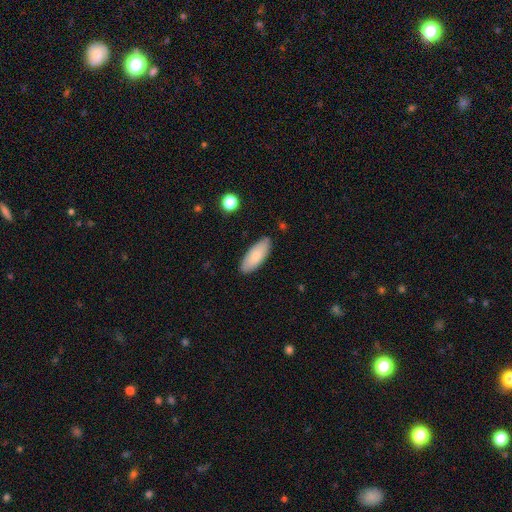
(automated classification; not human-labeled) A smooth galaxy with no disk features (80%) that is in between round and cigar-shaped (79%). Merging: none (85%).